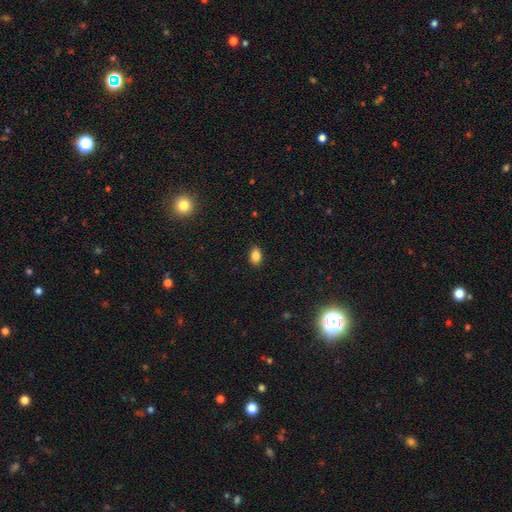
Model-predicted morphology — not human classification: smooth-or-featured: smooth: 85% | star or artifact: 10% | featured or disk: 6%
  how-rounded: in between: 84% | round: 15% | cigar-shaped: 2%
  merging: none: 88% | minor disturbance: 9% | major disturbance: 2% | merger: 1%